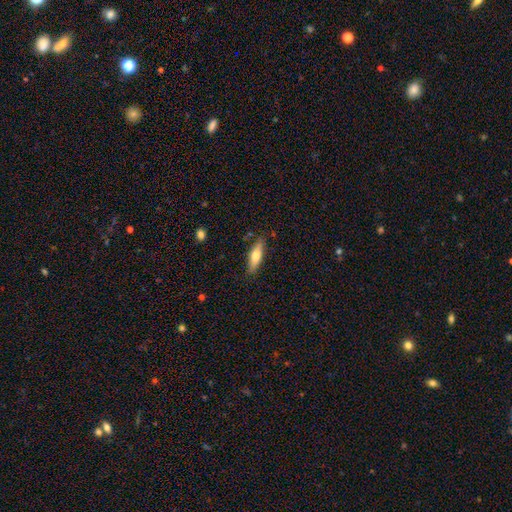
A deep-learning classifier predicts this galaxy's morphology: smooth 69%, featured or disk 25%, star or artifact 6%. Down the decision tree: how rounded — cigar-shaped (54%); merging — none (82%).